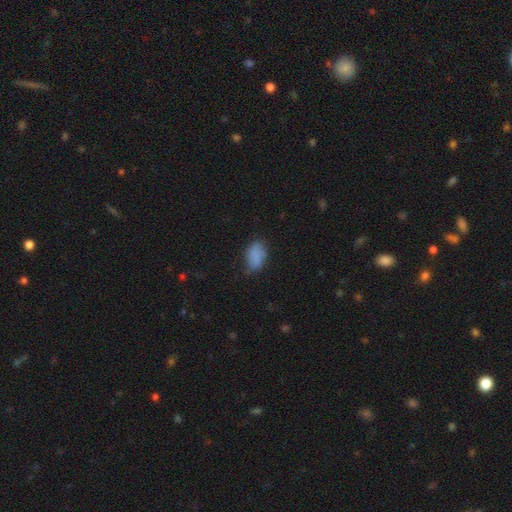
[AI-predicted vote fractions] Smooth or featured? Predicted: smooth (p=0.82). How rounded? Predicted: in between (p=0.87). Merging? Predicted: none (p=0.57).